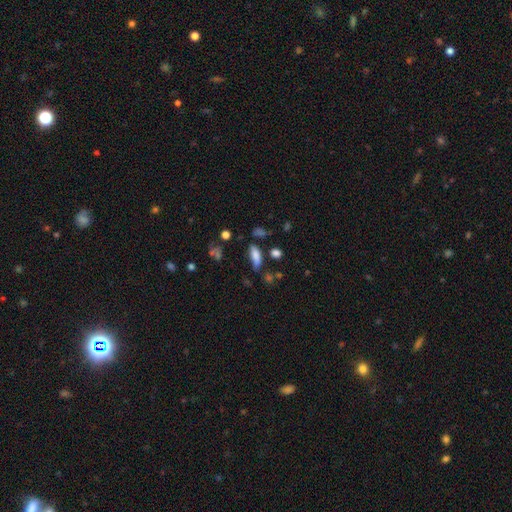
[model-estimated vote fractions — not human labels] Morphology: type=smooth (78%); roundness=in between (64%); merging=none (59%).